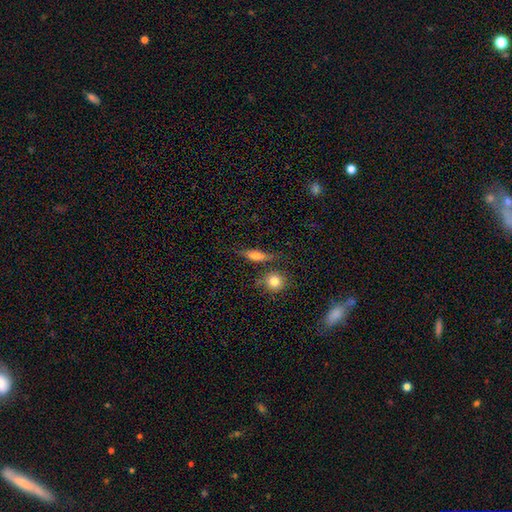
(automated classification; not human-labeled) A smooth galaxy with no disk features (61%) that is cigar-shaped (48%). Merging: none (70%).